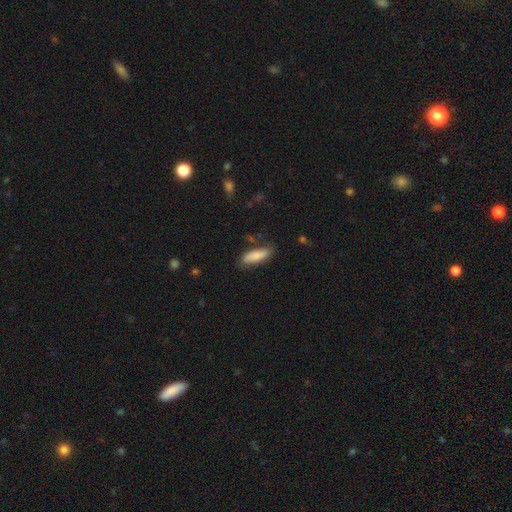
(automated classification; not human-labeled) This is clearly a smooth galaxy (84%). How rounded: possibly cigar-shaped (50%). Merging: likely none (78%).